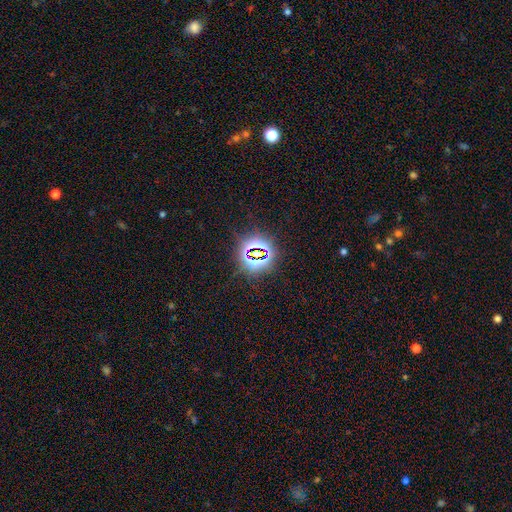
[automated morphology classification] The model was most divided on "smooth or featured": star or artifact: 78%, smooth: 14%, featured or disk: 8%.